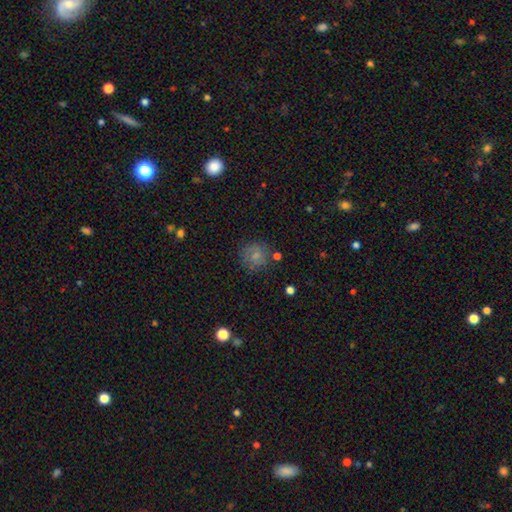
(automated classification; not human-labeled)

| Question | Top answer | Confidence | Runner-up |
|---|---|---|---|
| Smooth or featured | smooth | 74% | featured or disk (15%) |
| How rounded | round | 87% | in between (12%) |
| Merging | none | 74% | minor disturbance (16%) |